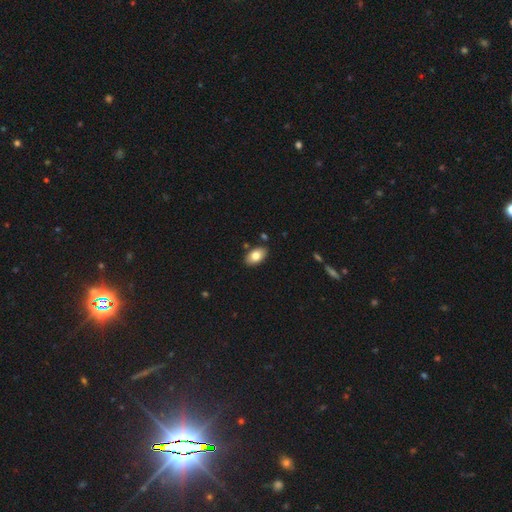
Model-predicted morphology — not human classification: Smooth or featured?
  - smooth: 80% *
  - featured or disk: 13%
  - star or artifact: 7%
How rounded?
  - in between: 92% *
  - round: 6%
  - cigar-shaped: 1%
Merging?
  - none: 85% *
  - minor disturbance: 10%
  - merger: 3%
  - major disturbance: 2%